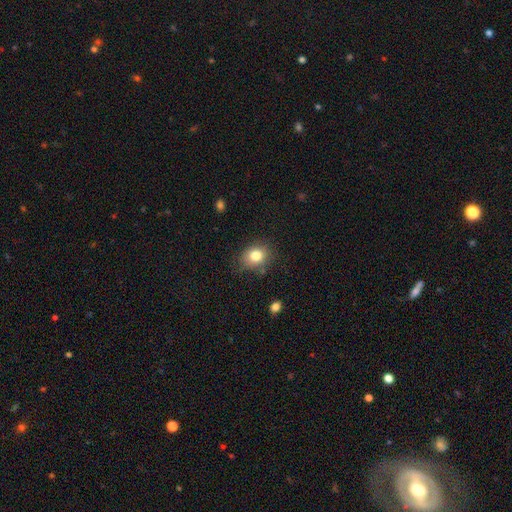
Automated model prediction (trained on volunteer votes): Smooth or featured: smooth — 80% (star or artifact — 11%)
How rounded: round — 54% (in between — 45%)
Merging: none — 76% (minor disturbance — 18%)